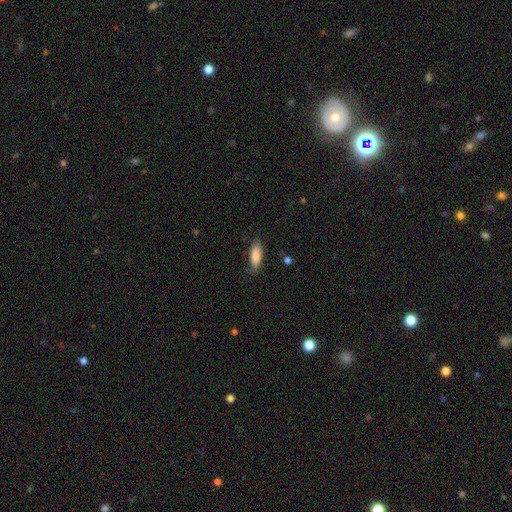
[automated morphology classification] This is clearly a smooth galaxy (84%). How rounded: likely in between (73%). Merging: likely none (75%).